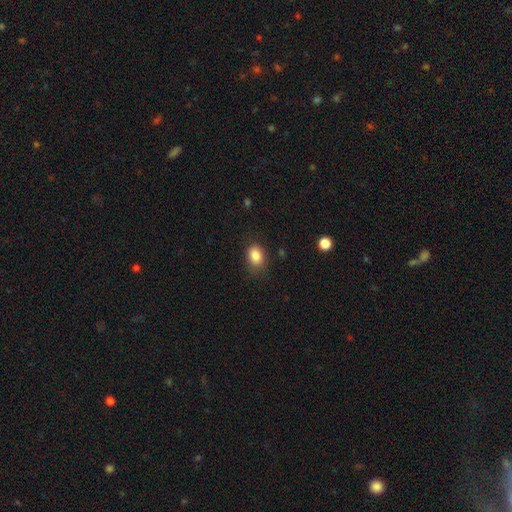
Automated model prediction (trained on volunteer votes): Smooth or featured?
  - smooth: 85% *
  - star or artifact: 9%
  - featured or disk: 6%
How rounded?
  - in between: 63% *
  - round: 36%
  - cigar-shaped: 1%
Merging?
  - none: 79% *
  - minor disturbance: 16%
  - major disturbance: 4%
  - merger: 1%